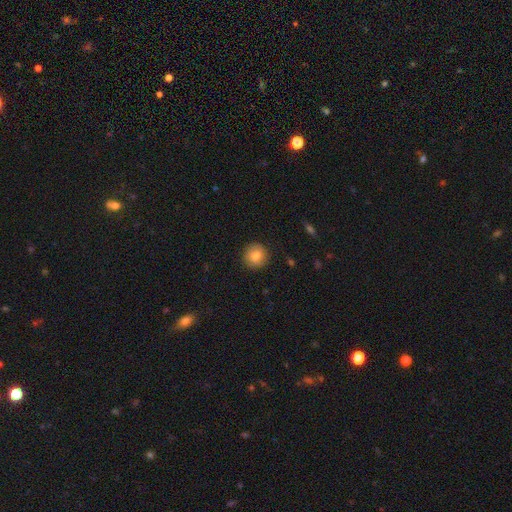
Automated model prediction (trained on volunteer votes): This appears to be a smooth galaxy with no disk features (82%) that is round (93%). Merging: none (90%).